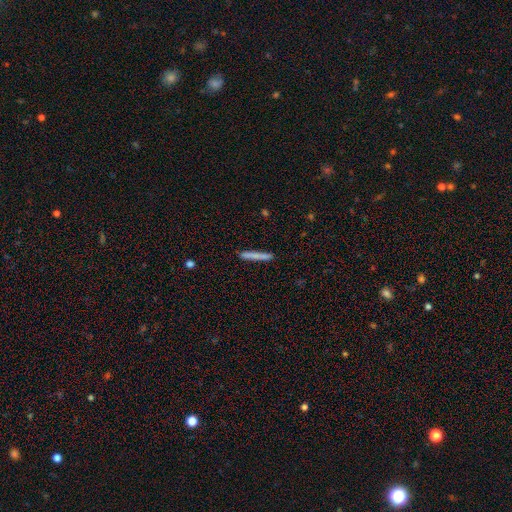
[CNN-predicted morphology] A smooth galaxy with no disk features (77%) that is cigar-shaped (96%). Merging: none (89%).